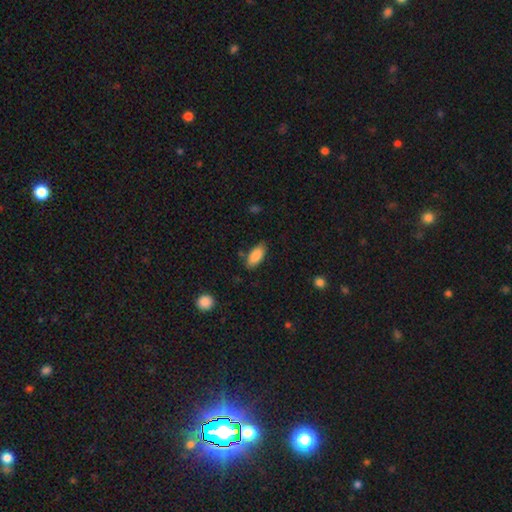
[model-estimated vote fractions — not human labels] Q: Smooth or featured?
A: smooth (87%); runner-up: star or artifact (7%)
Q: How rounded?
A: in between (89%); runner-up: cigar-shaped (9%)
Q: Merging?
A: none (80%); runner-up: minor disturbance (15%)